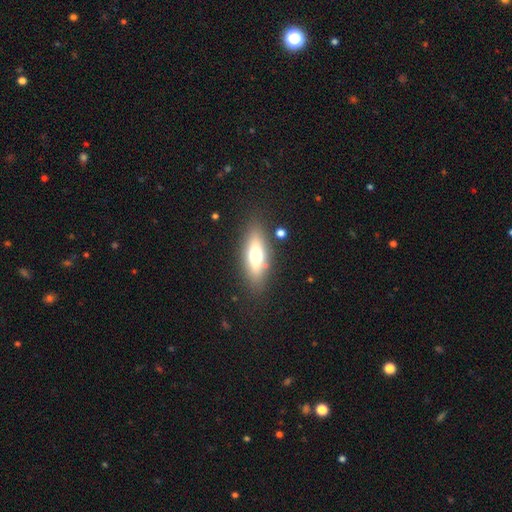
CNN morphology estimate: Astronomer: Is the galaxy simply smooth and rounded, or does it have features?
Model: smooth — 54% (runner-up: featured or disk, 37%).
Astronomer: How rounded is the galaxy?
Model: in between — 60% (runner-up: cigar-shaped, 36%).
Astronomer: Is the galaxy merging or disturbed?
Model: none — 83%.